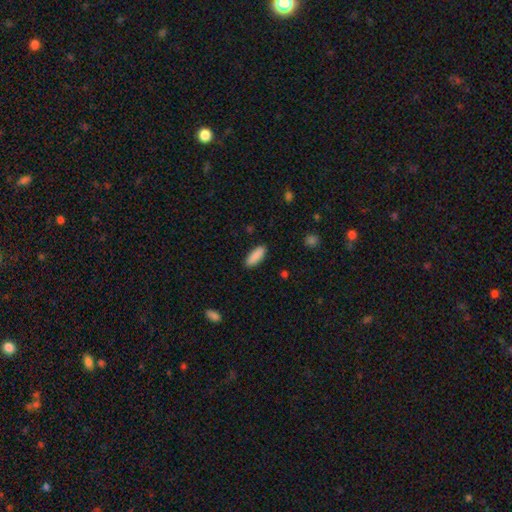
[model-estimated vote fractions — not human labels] Smooth or featured: smooth — 90% (star or artifact — 6%)
How rounded: in between — 63% (cigar-shaped — 35%)
Merging: none — 89% (minor disturbance — 8%)